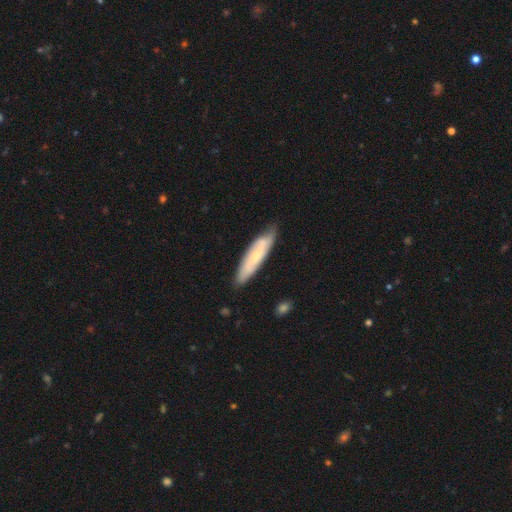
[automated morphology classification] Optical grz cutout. It shows a smooth galaxy with no disk features (50%) that is cigar-shaped (74%). Merging: none (76%).